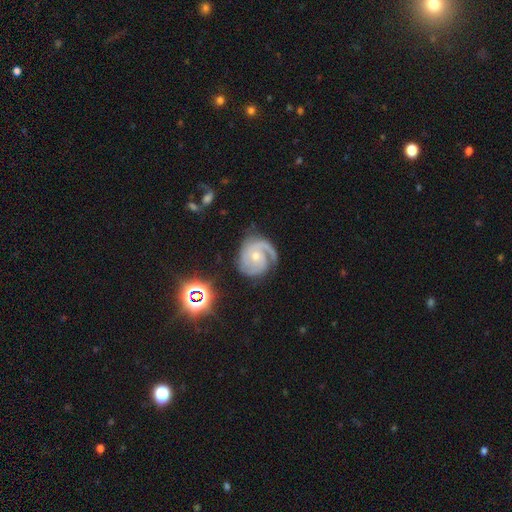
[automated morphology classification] featured or disk 87%, smooth 7%, star or artifact 6%. Down the decision tree: edge-on disk — no (98%); bar — no (73%); spiral arms — yes (97%); spiral arm count — 2 (41%); spiral winding — tight (56%); bulge size — small (54%); merging — none (68%).